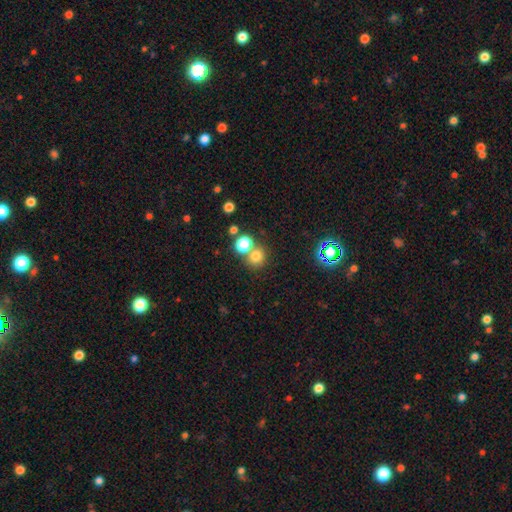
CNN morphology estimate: Overall: smooth (74%). How rounded: round (85%). Merging: none (59%; merger 30%).